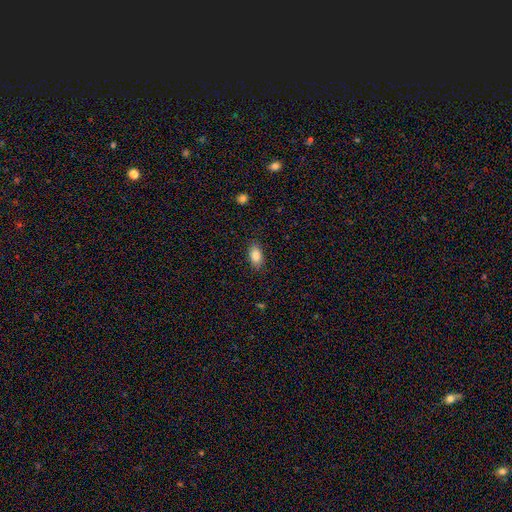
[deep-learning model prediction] Q: Smooth or featured?
A: smooth (87%); runner-up: star or artifact (7%)
Q: How rounded?
A: in between (91%); runner-up: round (5%)
Q: Merging?
A: none (86%); runner-up: minor disturbance (10%)